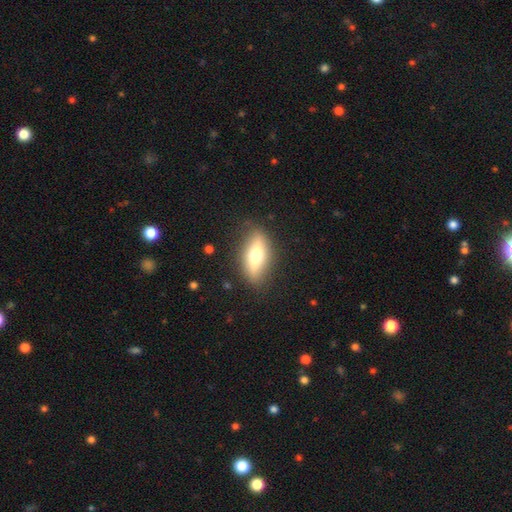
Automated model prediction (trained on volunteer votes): Smooth or featured?
  - smooth: 47% *
  - featured or disk: 46%
  - star or artifact: 7%
Merging?
  - none: 83% *
  - minor disturbance: 12%
  - major disturbance: 4%
  - merger: 1%